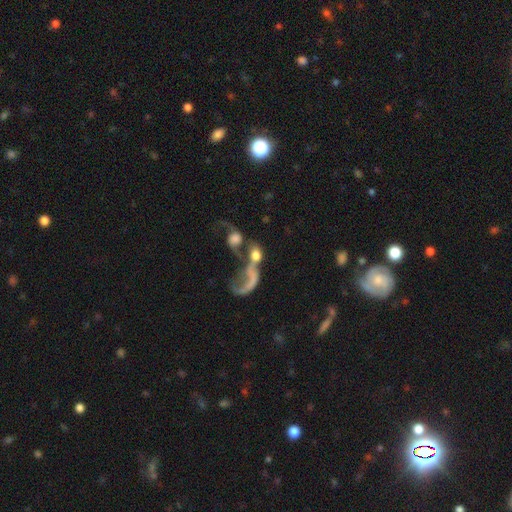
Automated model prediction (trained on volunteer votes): This appears to be a featured or disk galaxy (50%). Merging: merger (66%).